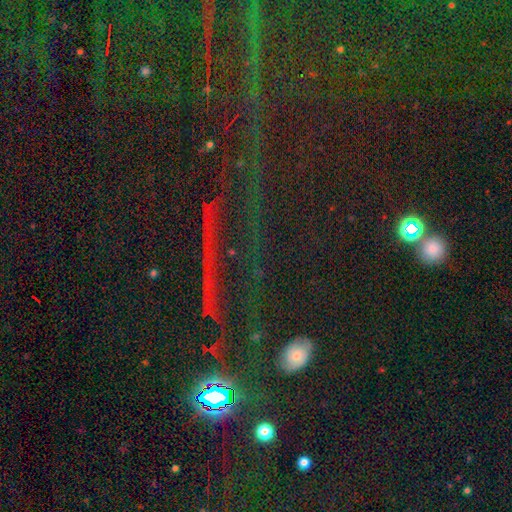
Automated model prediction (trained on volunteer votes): Smooth or featured: star or artifact — 75% (smooth — 15%)